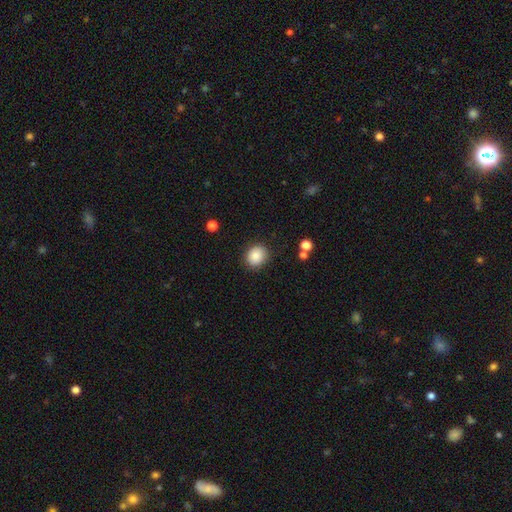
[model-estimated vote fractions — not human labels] Overall: smooth (86%). How rounded: round (69%; in between 31%). Merging: none (87%).